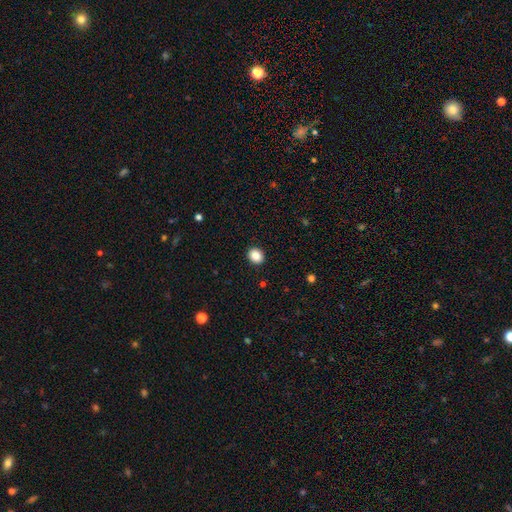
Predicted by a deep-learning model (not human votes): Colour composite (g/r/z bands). It shows a smooth galaxy with no disk features (86%) that is round (64%). Merging: none (92%).